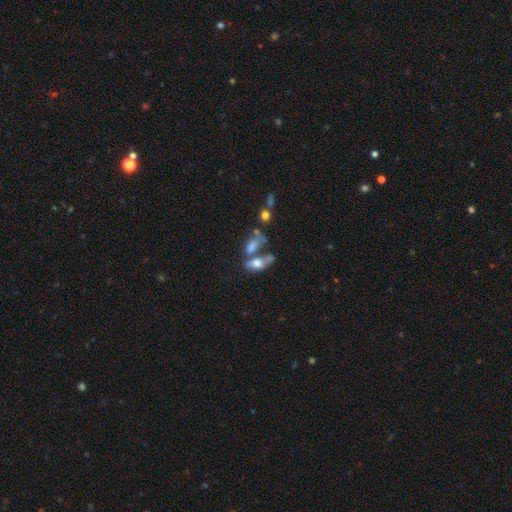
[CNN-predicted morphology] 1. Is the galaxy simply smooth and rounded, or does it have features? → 42% smooth, 40% featured or disk, 18% star or artifact.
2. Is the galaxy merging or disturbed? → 52% merger, 28% none, 10% minor disturbance, 9% major disturbance.